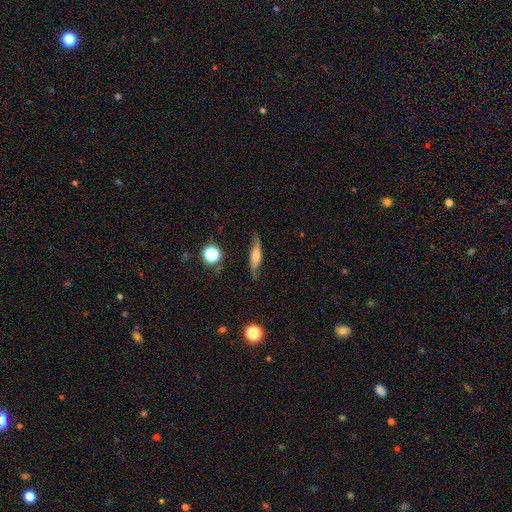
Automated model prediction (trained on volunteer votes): Smooth or featured? Predicted: featured or disk (p=0.50). Edge-on disk? Predicted: yes (p=0.69). Merging? Predicted: none (p=0.76).